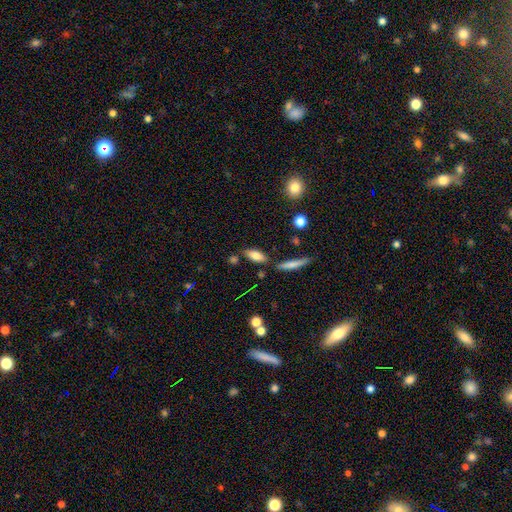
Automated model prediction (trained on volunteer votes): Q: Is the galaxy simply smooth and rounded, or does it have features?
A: smooth — 77%.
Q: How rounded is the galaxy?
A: in between — 74%.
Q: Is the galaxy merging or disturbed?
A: none — 74%.